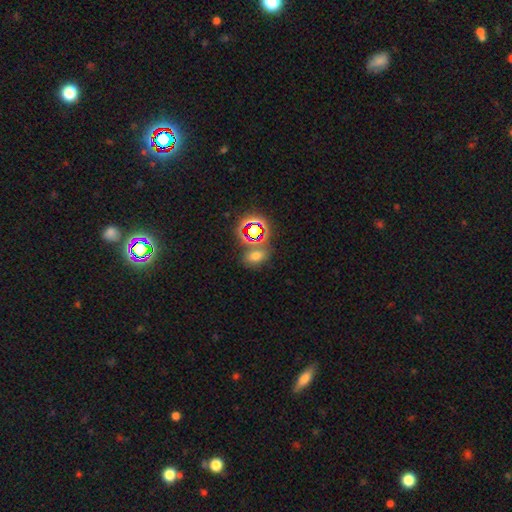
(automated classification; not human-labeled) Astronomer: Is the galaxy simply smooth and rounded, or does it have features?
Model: smooth — 58%.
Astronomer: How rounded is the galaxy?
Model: in between — 71%.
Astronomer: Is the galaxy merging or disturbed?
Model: none — 67%.